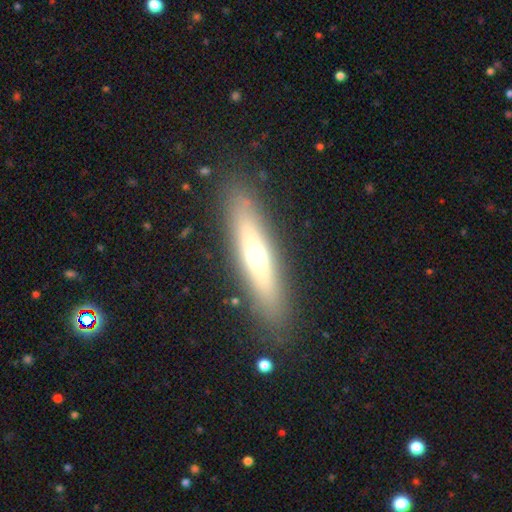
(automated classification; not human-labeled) The model was most divided on "smooth or featured": smooth: 50%, featured or disk: 43%, star or artifact: 7%. More confident: merging — none (87%).